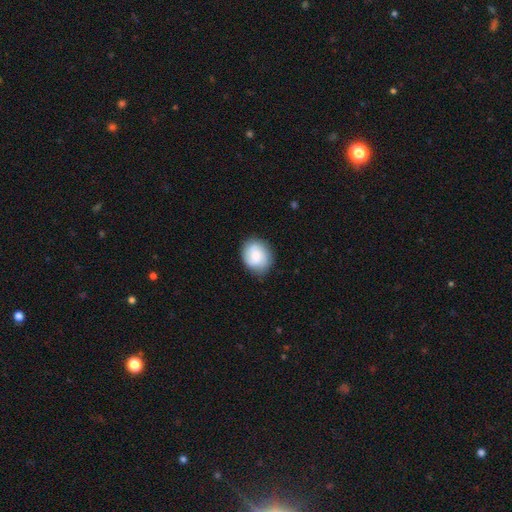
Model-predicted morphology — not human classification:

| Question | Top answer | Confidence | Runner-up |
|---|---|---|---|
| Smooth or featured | smooth | 64% | featured or disk (29%) |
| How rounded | round | 62% | in between (37%) |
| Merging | none | 81% | minor disturbance (14%) |